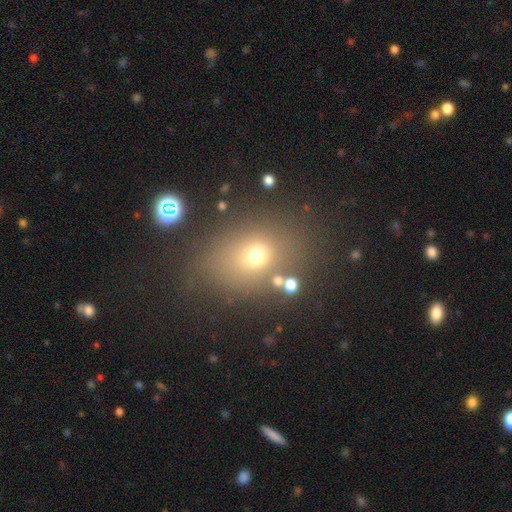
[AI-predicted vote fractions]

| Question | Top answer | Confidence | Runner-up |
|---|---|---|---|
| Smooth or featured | smooth | 65% | star or artifact (21%) |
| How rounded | round | 49% | tied: in between (49%) |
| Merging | none | 67% | minor disturbance (15%) |